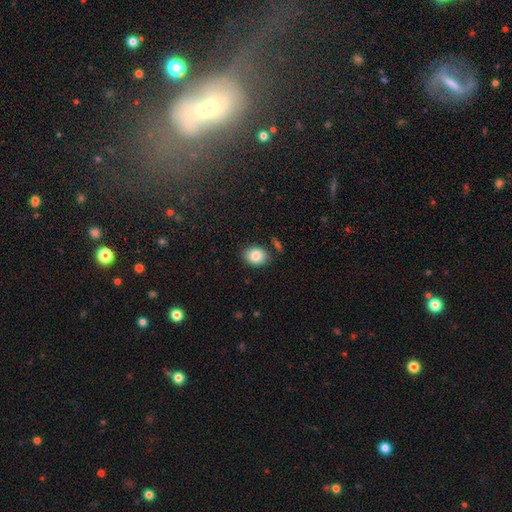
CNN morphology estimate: A smooth galaxy with no disk features (86%) that is in between round and cigar-shaped (63%). Merging: none (81%).